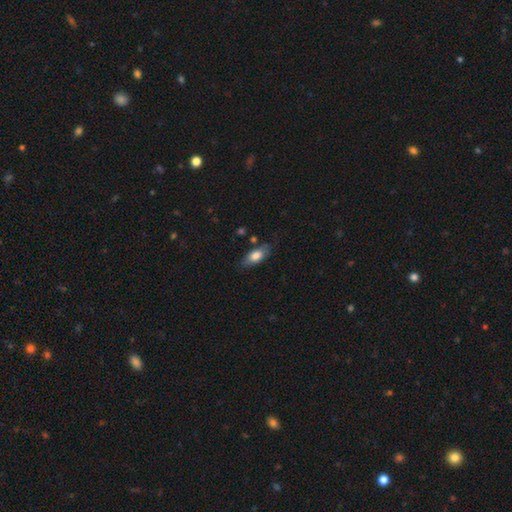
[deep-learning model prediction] smooth 74%, featured or disk 20%, star or artifact 6%. Down the decision tree: how rounded — in between (84%); merging — none (75%).